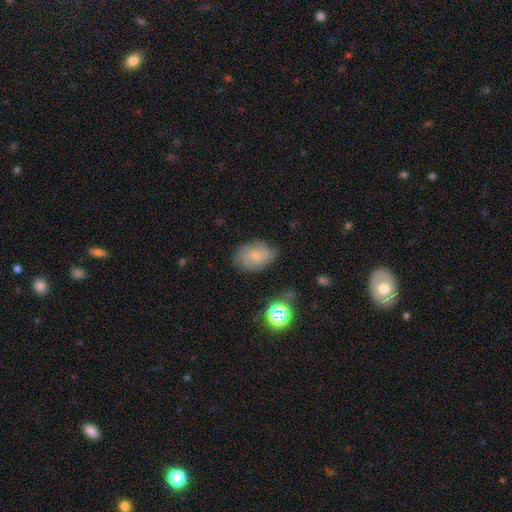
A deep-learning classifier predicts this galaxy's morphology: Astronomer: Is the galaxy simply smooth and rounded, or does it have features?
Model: featured or disk — 52% (runner-up: smooth, 37%).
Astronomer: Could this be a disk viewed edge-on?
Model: no — 97%.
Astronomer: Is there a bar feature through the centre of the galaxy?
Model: no — 74%.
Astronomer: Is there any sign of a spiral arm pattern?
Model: yes — 86%.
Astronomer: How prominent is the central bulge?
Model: small — 61%.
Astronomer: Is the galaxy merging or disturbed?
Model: none — 67%.